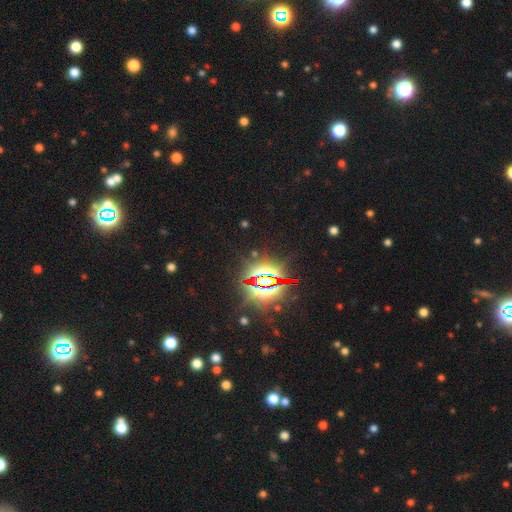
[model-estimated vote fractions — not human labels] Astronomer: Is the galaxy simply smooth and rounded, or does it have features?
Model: star or artifact — 83%.